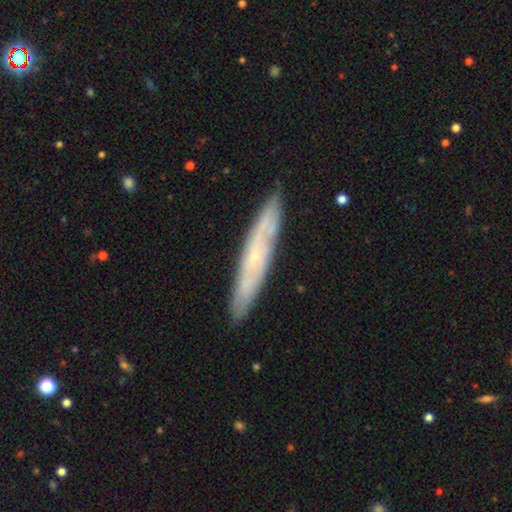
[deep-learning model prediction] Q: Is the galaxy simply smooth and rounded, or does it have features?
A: featured or disk — 63%.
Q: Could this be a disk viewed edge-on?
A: yes — 59%.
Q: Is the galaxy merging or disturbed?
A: none — 86%.